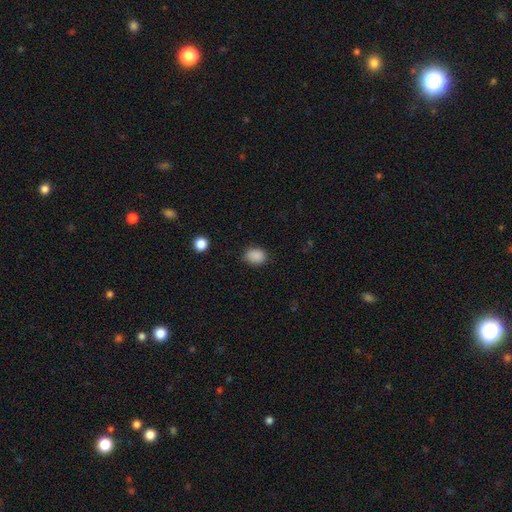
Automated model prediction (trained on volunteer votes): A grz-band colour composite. It shows a smooth galaxy with no disk features (87%) that is in between round and cigar-shaped (59%). Merging: none (82%).